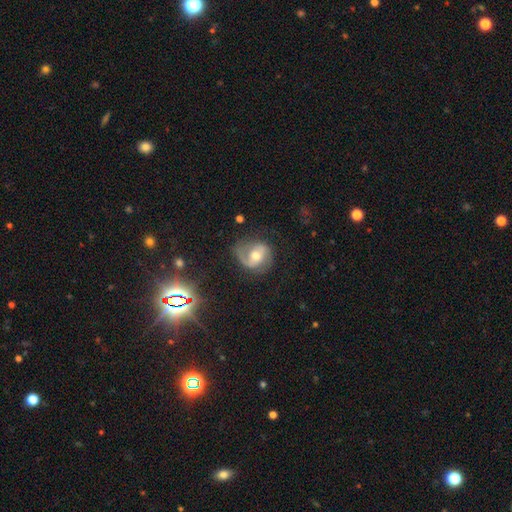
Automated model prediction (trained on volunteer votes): A featured or disk galaxy (72%) with a weak bar (42%), 2 (71%) medium (48%) spiral arms (90%) and a moderate central bulge (69%).

Vote fractions:
- Smooth or featured? featured or disk: 72% / smooth: 20% / star or artifact: 9%
- Edge-on disk? no: 97% / yes: 3%
- Bar? weak: 42% / no: 40% / strong: 18%
- Spiral arms? yes: 90% / no: 10%
- Spiral winding? medium: 48% / loose: 28% / tight: 25%
- Spiral arm count? 2: 71% / 1: 19% / can't tell: 7% / 3: 1% / 4: 1% / more than 4: 1%
- Bulge size? moderate: 69% / small: 21% / large: 7% / none: 1% / dominant: 1%
- Merging? none: 65% / minor disturbance: 21% / major disturbance: 13% / merger: 2%